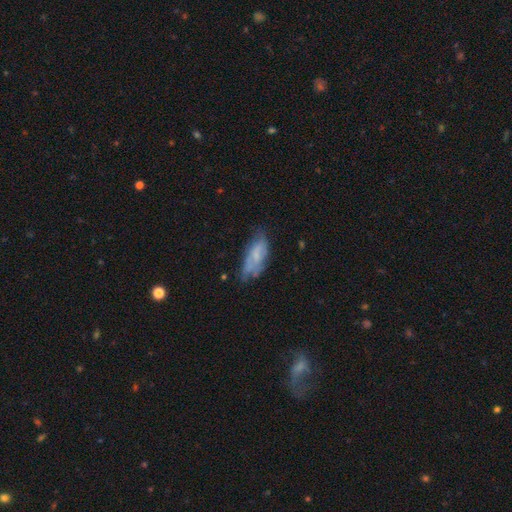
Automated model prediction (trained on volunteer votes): Overall: smooth (49%; featured or disk 41%). Merging: none (46%; minor disturbance 33%).